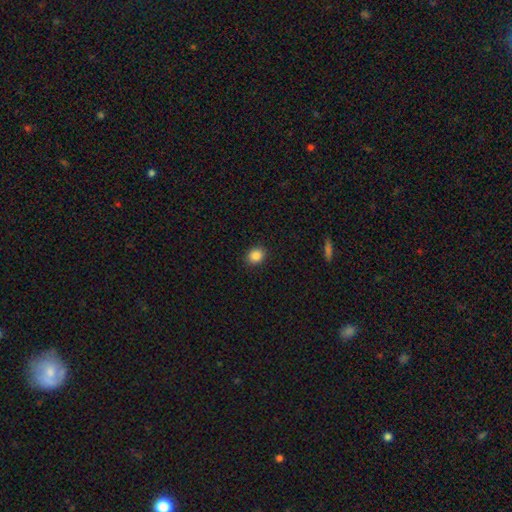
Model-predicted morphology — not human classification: Overall: smooth (87%). How rounded: round (66%; in between 33%). Merging: none (90%).